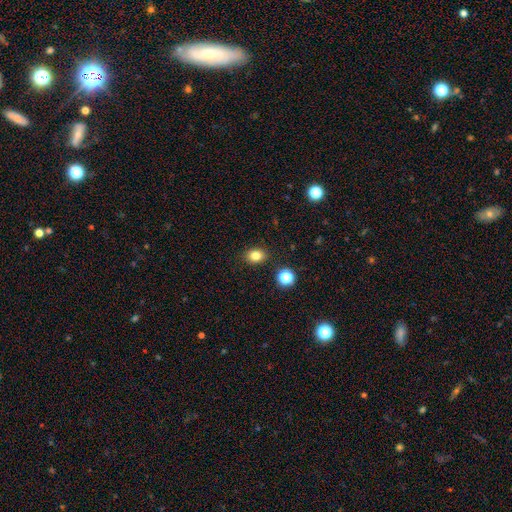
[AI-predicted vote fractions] smooth_or_featured: smooth (p=0.81) [alt: star or artifact p=0.12]
how_rounded: in between (p=0.56) [alt: round p=0.43]
merging: none (p=0.88) [alt: minor disturbance p=0.08]